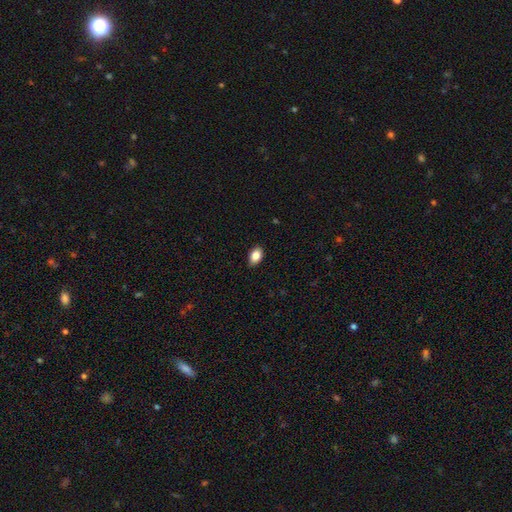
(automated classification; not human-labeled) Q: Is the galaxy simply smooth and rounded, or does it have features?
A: smooth — 85%.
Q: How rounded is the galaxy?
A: in between — 86%.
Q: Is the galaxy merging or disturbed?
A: none — 86%.